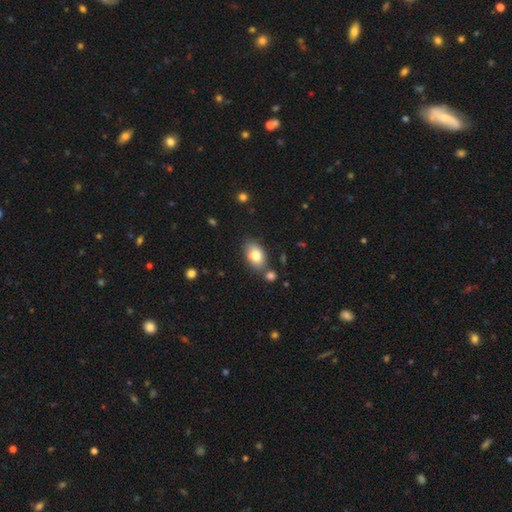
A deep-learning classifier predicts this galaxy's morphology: This appears to be a smooth galaxy with no disk features (80%) that is in between round and cigar-shaped (89%). Merging: none (73%).